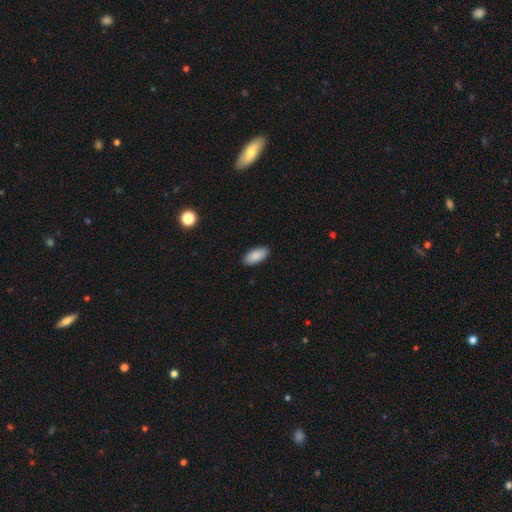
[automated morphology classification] Smooth or featured?
  - smooth: 89% *
  - star or artifact: 6%
  - featured or disk: 5%
How rounded?
  - in between: 92% *
  - cigar-shaped: 6%
  - round: 2%
Merging?
  - none: 90% *
  - minor disturbance: 8%
  - major disturbance: 2%
  - merger: 1%